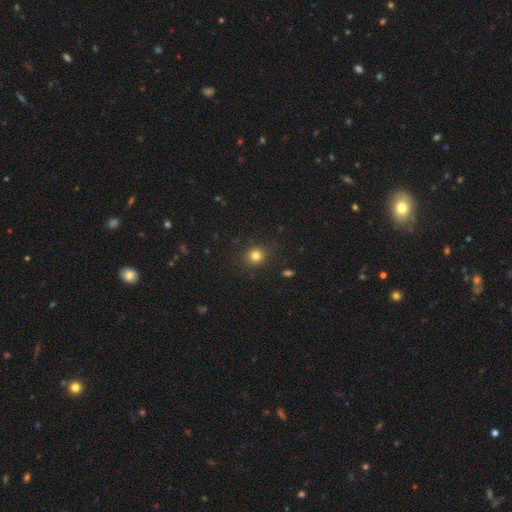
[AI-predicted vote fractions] Smooth or featured: smooth — 80% (star or artifact — 13%)
How rounded: round — 82% (in between — 17%)
Merging: none — 87% (minor disturbance — 9%)